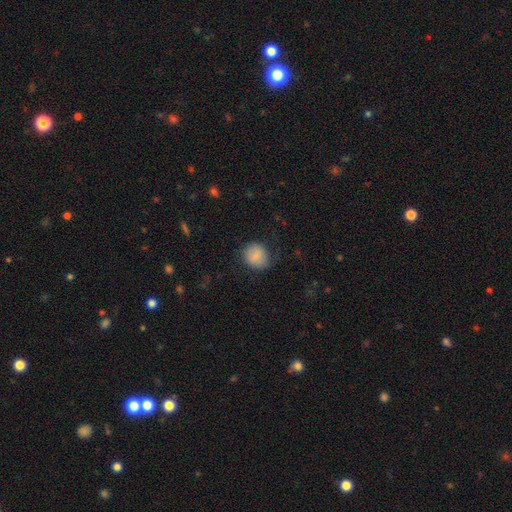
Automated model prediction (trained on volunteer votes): smooth 84%, featured or disk 8%, star or artifact 8%. Down the decision tree: how rounded — round (80%); merging — none (72%).